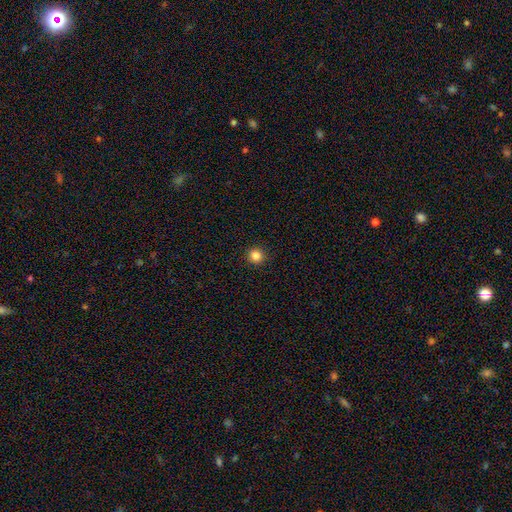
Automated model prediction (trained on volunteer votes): A smooth galaxy with no disk features (85%) that is round (95%).

Vote fractions:
- Smooth or featured? smooth: 85% / star or artifact: 12% / featured or disk: 4%
- How rounded? round: 95% / in between: 4% / cigar-shaped: 1%
- Merging? none: 93% / minor disturbance: 4% / major disturbance: 2% / merger: 1%